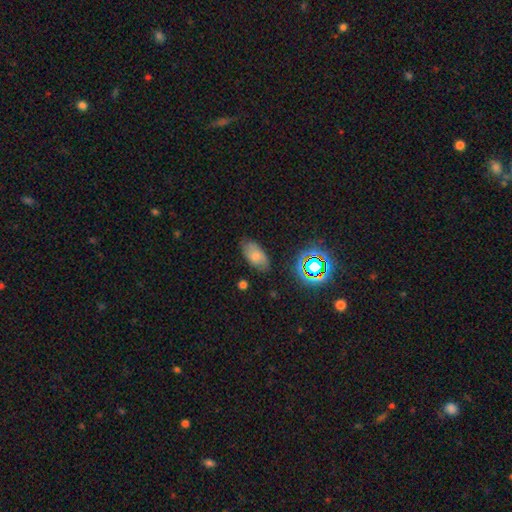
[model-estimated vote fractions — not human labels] Smooth or featured?
  - smooth: 68% *
  - featured or disk: 18%
  - star or artifact: 14%
How rounded?
  - in between: 92% *
  - round: 5%
  - cigar-shaped: 3%
Merging?
  - none: 77% *
  - minor disturbance: 17%
  - major disturbance: 4%
  - merger: 2%